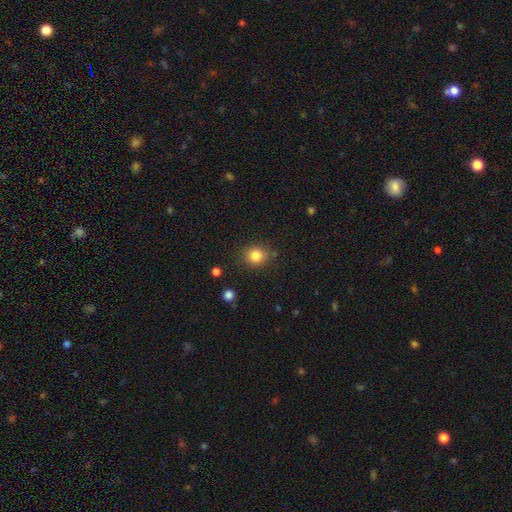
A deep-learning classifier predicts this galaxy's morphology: Smooth or featured? Predicted: smooth (p=0.83). How rounded? Predicted: round (p=0.83). Merging? Predicted: none (p=0.82).